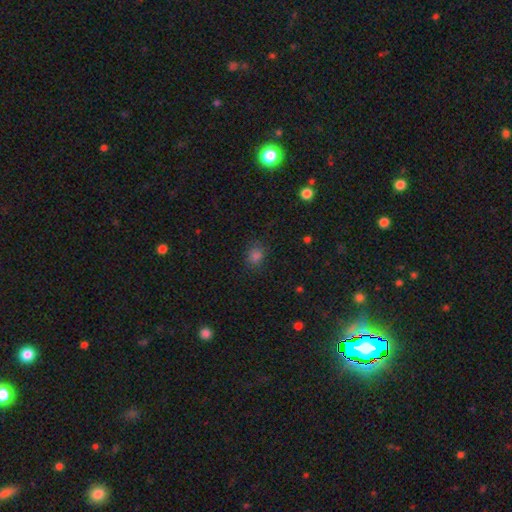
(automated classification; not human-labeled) Smooth or featured? smooth (74%)
How rounded? round (60%)
Merging? none (80%)